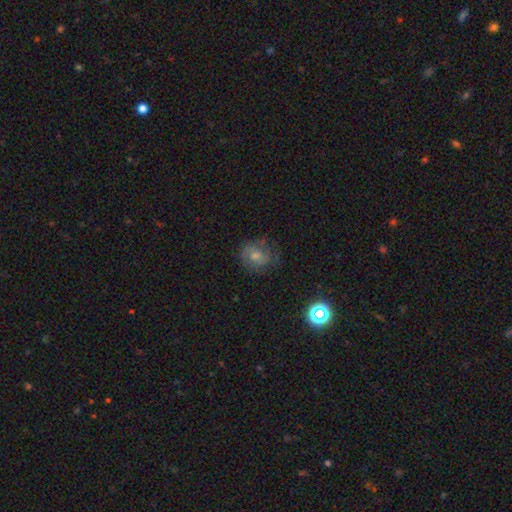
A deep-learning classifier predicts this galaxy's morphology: Smooth or featured? featured or disk (42%)
Merging? none (72%)